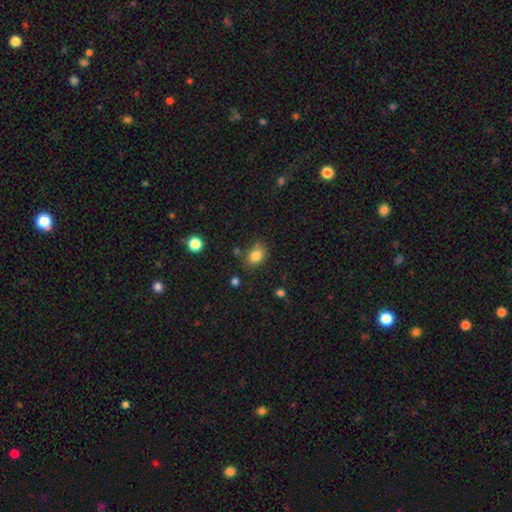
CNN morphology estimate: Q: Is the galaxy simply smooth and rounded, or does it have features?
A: smooth — 82%.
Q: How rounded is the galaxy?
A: in between — 59%.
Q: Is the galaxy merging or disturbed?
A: none — 73%.